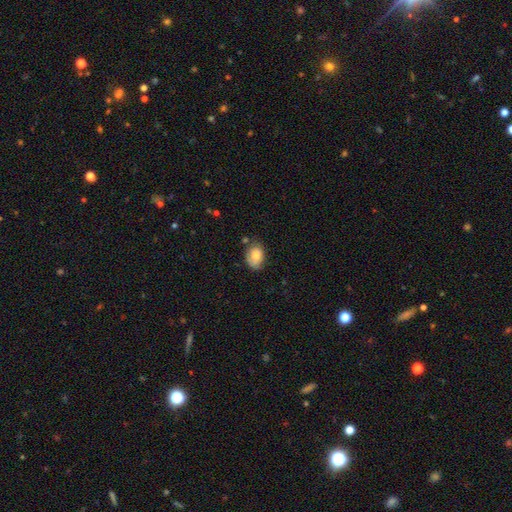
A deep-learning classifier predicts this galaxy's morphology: Overall: smooth (76%). How rounded: in between (77%). Merging: none (62%; minor disturbance 27%).